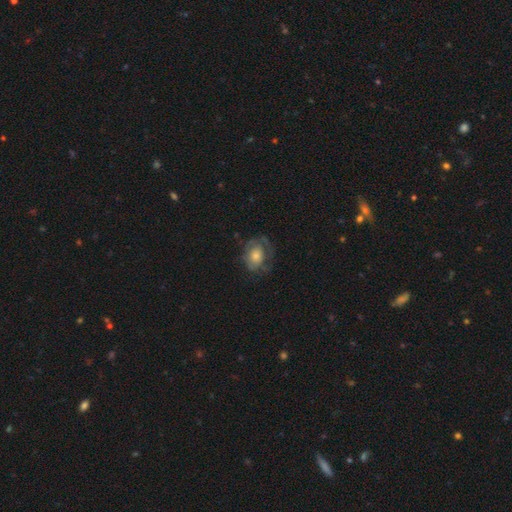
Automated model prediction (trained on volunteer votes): This appears to be a featured or disk galaxy (48%). Merging: none (58%).